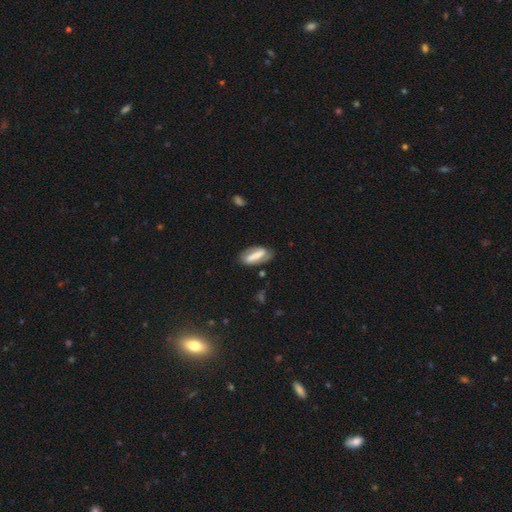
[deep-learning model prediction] Smooth or featured: smooth — 46% (tied with featured or disk — 46%)
Merging: none — 75% (minor disturbance — 17%)